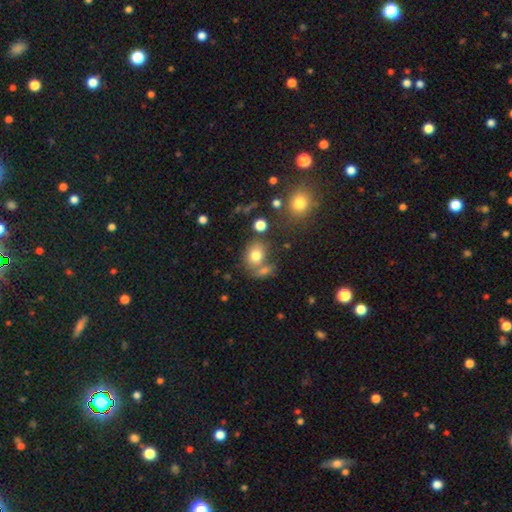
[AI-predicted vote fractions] The model was most divided on "how rounded": round: 53%, in between: 46%, cigar-shaped: 1%. More confident: smooth or featured — smooth (77%); merging — none (53%).